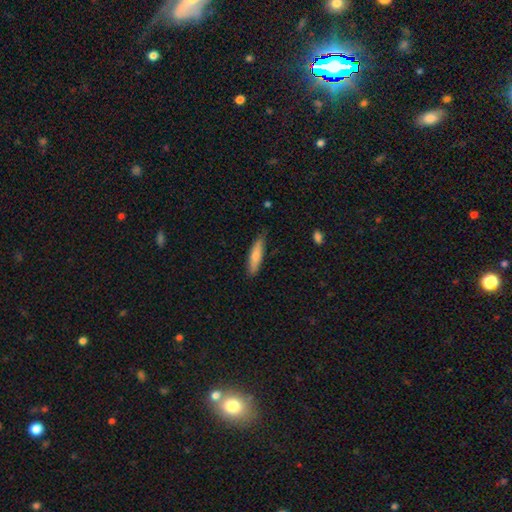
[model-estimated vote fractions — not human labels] Smooth or featured? smooth (76%)
How rounded? cigar-shaped (78%)
Merging? none (78%)